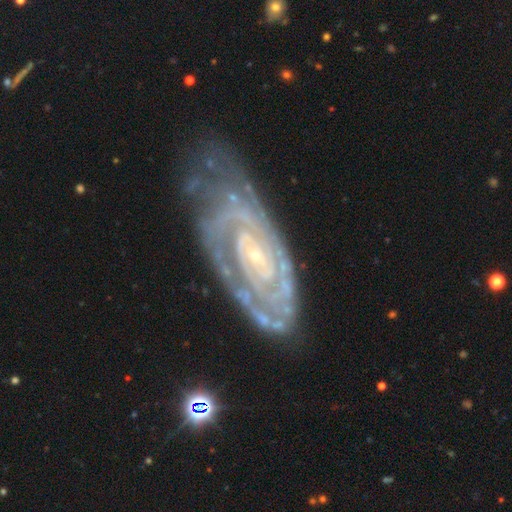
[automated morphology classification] This is clearly a featured or disk galaxy (88%). It is clearly not viewed edge-on (94%). Bar: likely no (63%). Spiral arm pattern: clearly yes (95%). Spiral arm count: marginally can't tell (35%). Spiral winding: likely tight (78%). Central bulge: clearly small (83%). Merging: possibly none (59%).